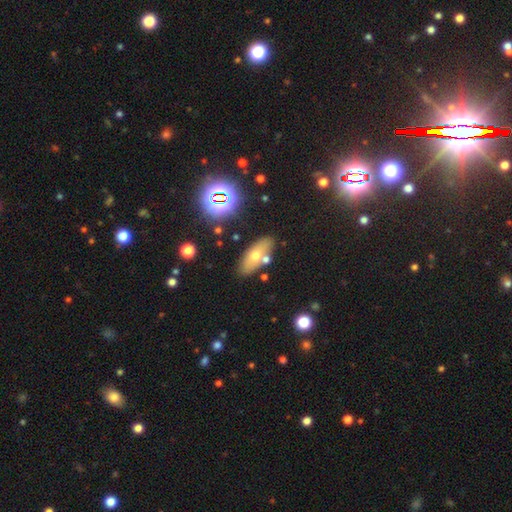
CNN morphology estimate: Overall: smooth (59%; featured or disk 29%). How rounded: in between (77%). Merging: none (73%).